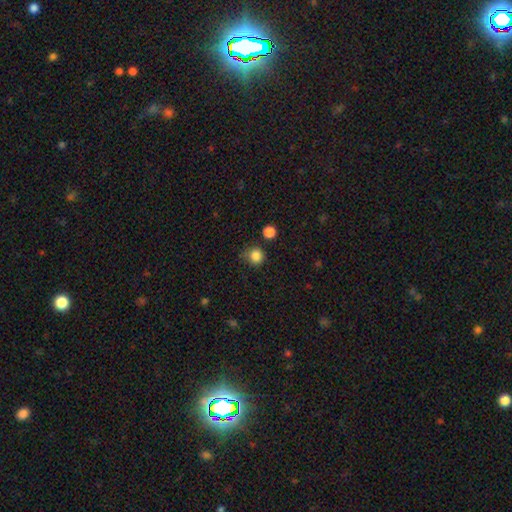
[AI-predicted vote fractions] Smooth or featured?
  - smooth: 84% *
  - star or artifact: 12%
  - featured or disk: 4%
How rounded?
  - round: 91% *
  - in between: 8%
  - cigar-shaped: 1%
Merging?
  - none: 74% *
  - minor disturbance: 16%
  - merger: 5%
  - major disturbance: 5%